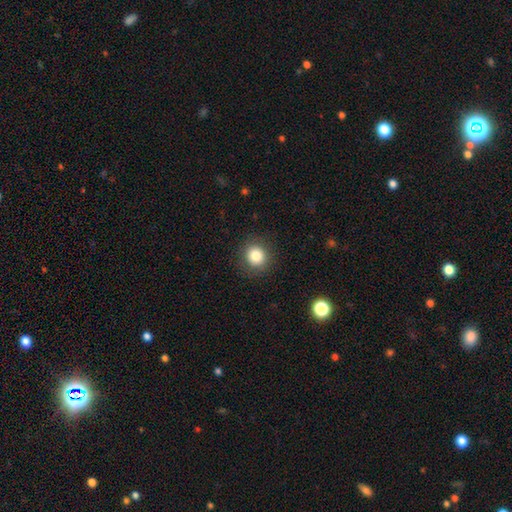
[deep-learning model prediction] Smooth or featured? Predicted: smooth (p=0.82). How rounded? Predicted: round (p=0.89). Merging? Predicted: none (p=0.89).